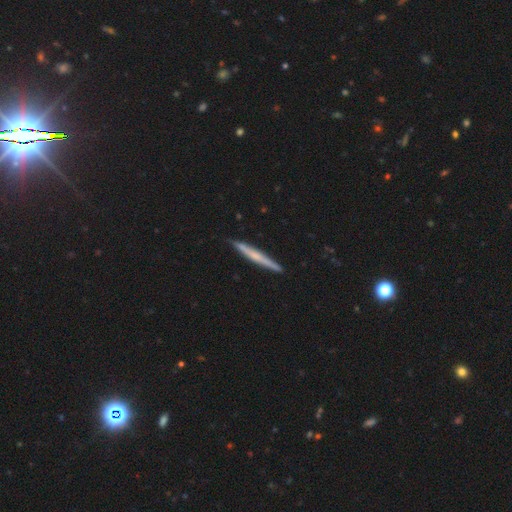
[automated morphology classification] Smooth or featured?
  - featured or disk: 53% *
  - smooth: 42%
  - star or artifact: 6%
Edge-on disk?
  - yes: 97% *
  - no: 3%
Edge-on bulge?
  - none: 56% *
  - rounded: 37%
  - boxy: 7%
Merging?
  - none: 90% *
  - minor disturbance: 7%
  - major disturbance: 1%
  - merger: 1%